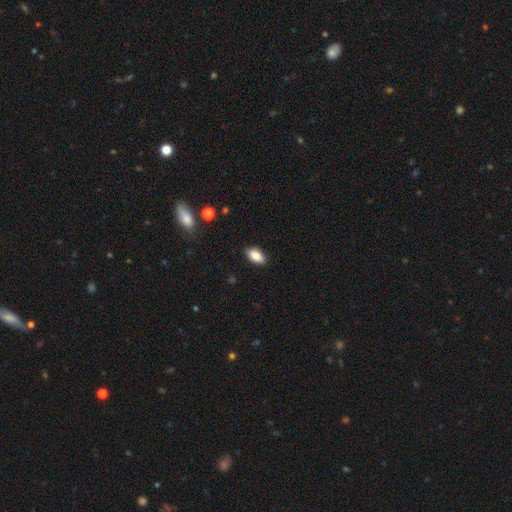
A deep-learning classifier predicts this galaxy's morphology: Smooth or featured? Predicted: smooth (p=0.85). How rounded? Predicted: in between (p=0.91). Merging? Predicted: none (p=0.87).